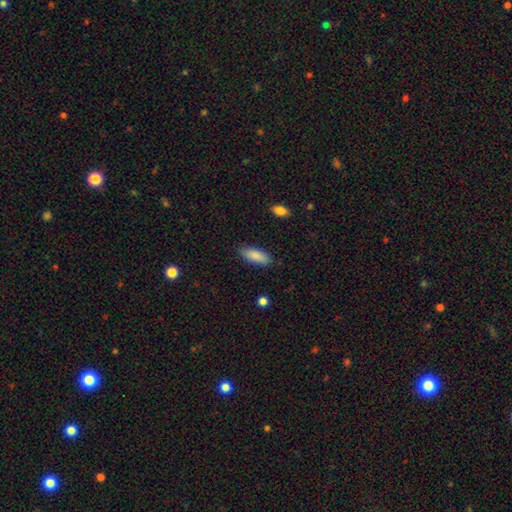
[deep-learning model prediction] This appears to be a smooth galaxy with no disk features (87%) that is in between round and cigar-shaped (71%). Merging: none (85%).